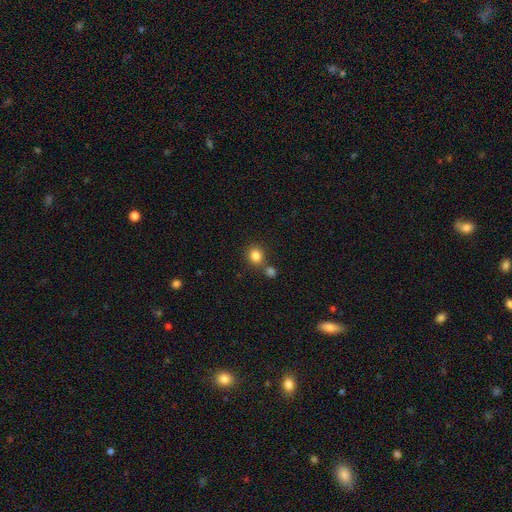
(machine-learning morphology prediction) type=smooth (83%); roundness=round (80%); merging=none (69%).